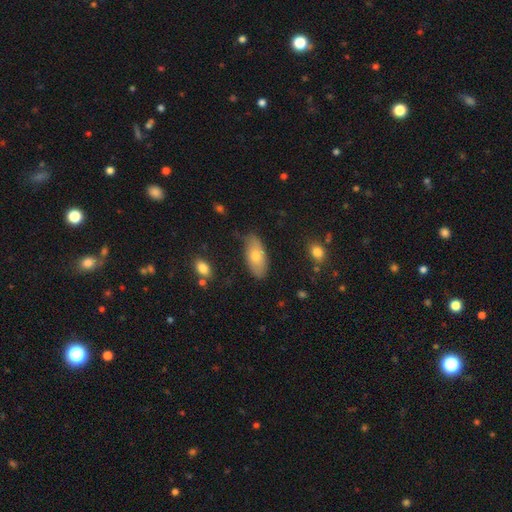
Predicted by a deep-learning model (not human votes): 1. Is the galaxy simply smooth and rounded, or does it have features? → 68% smooth, 25% featured or disk, 7% star or artifact.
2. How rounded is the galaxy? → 90% in between, 7% cigar-shaped, 3% round.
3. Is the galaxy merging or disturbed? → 72% none, 22% minor disturbance, 4% major disturbance, 2% merger.